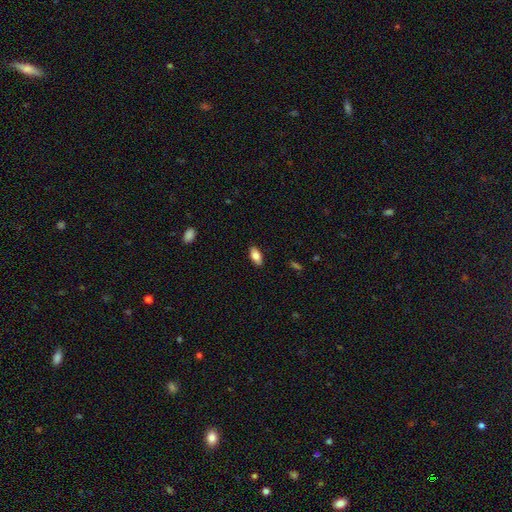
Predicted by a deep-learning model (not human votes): This is clearly a smooth galaxy (82%). How rounded: clearly in between (89%). Merging: clearly none (87%).